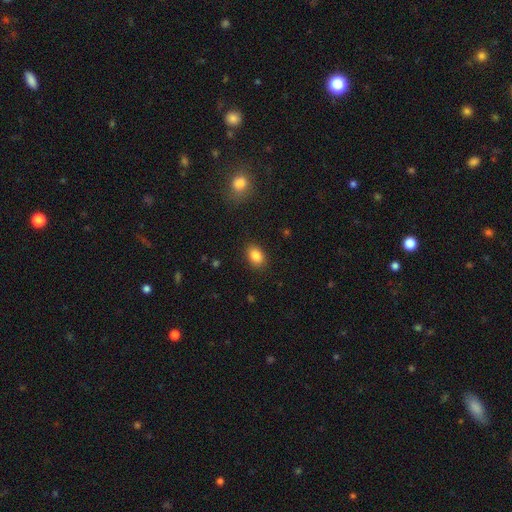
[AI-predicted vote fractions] Smooth or featured?
  - smooth: 86% *
  - star or artifact: 9%
  - featured or disk: 5%
How rounded?
  - in between: 80% *
  - round: 18%
  - cigar-shaped: 1%
Merging?
  - none: 87% *
  - minor disturbance: 10%
  - major disturbance: 3%
  - merger: 1%